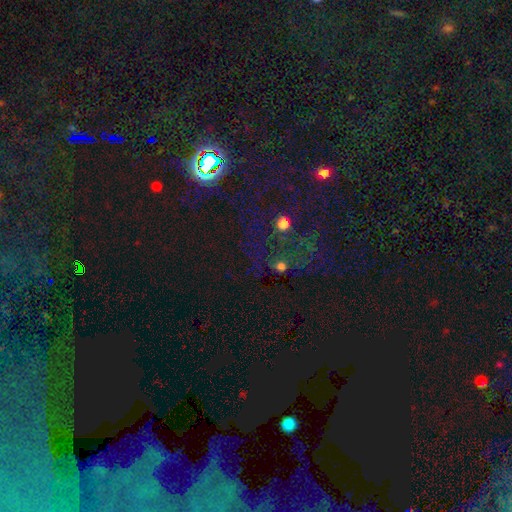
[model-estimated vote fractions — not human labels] smooth_or_featured: star or artifact (p=0.71) [alt: smooth p=0.20]